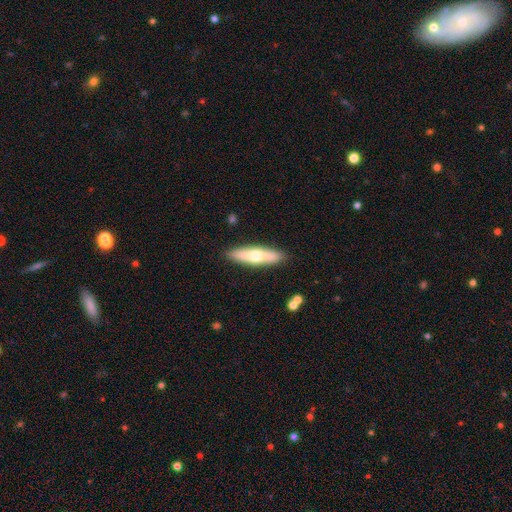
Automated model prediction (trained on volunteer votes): smooth 53%, featured or disk 42%, star or artifact 5%. Down the decision tree: how rounded — cigar-shaped (72%); merging — none (89%).